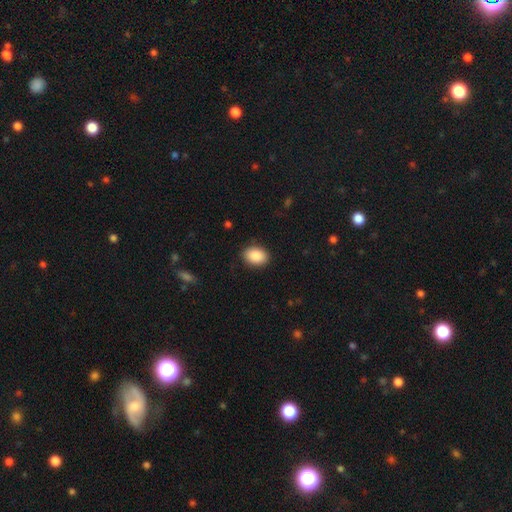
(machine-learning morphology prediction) Overall: smooth (90%). How rounded: in between (80%). Merging: none (88%).